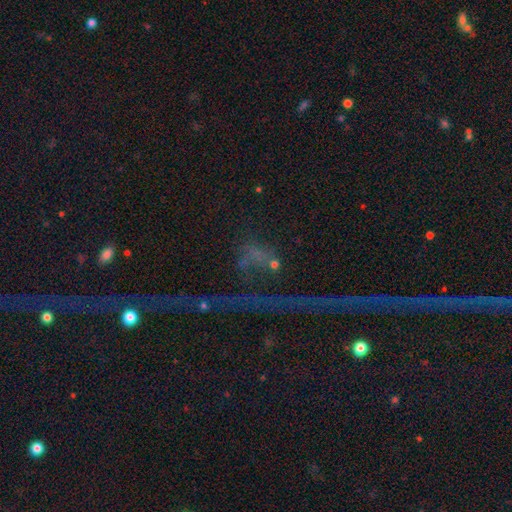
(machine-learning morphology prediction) star or artifact 61%, smooth 21%, featured or disk 17%.